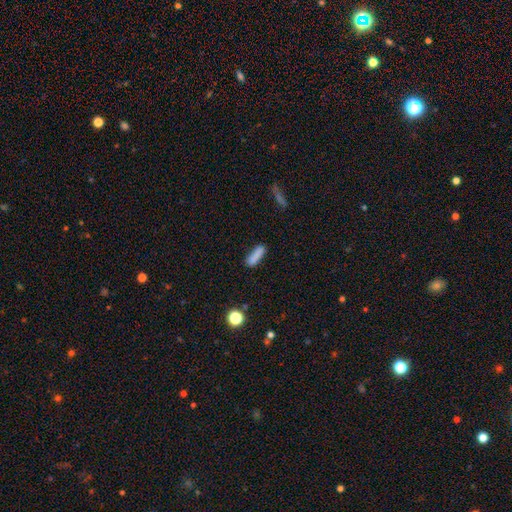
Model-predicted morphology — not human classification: type=smooth (85%); roundness=cigar-shaped (61%); merging=none (81%).